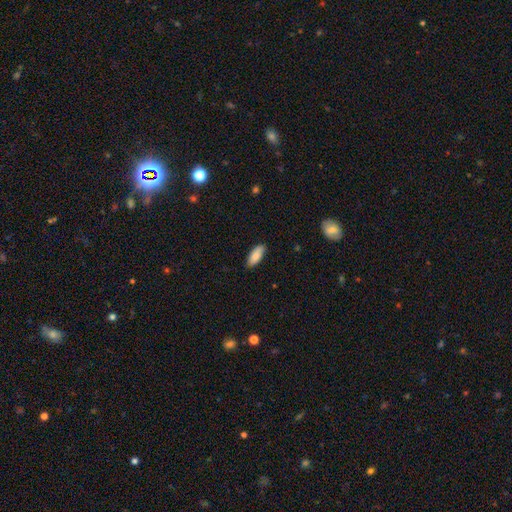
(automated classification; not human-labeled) smooth 86%, featured or disk 8%, star or artifact 6%. Down the decision tree: how rounded — in between (79%); merging — none (84%).